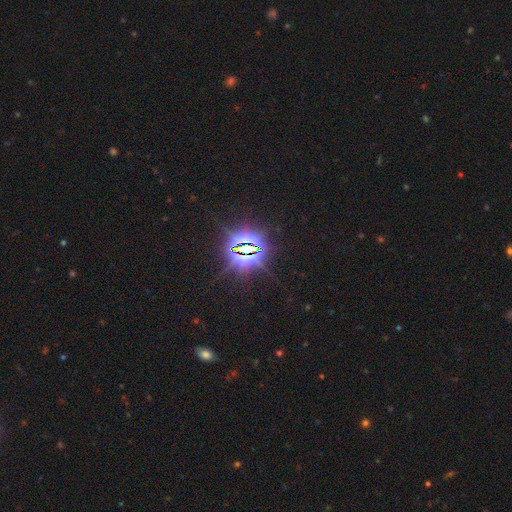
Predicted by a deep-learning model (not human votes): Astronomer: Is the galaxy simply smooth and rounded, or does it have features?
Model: star or artifact — 86%.